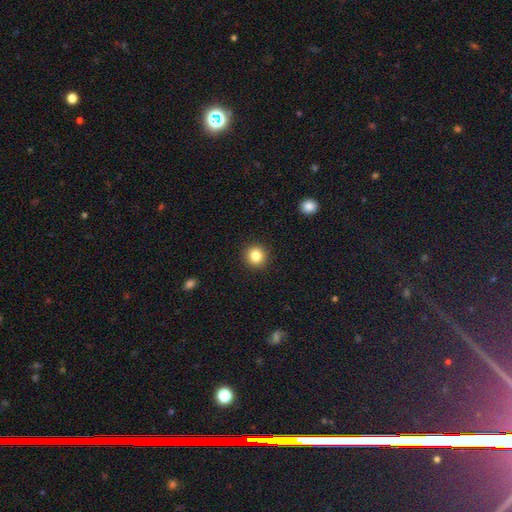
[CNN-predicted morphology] smooth 84%, star or artifact 11%, featured or disk 5%. Down the decision tree: how rounded — round (93%); merging — none (92%).